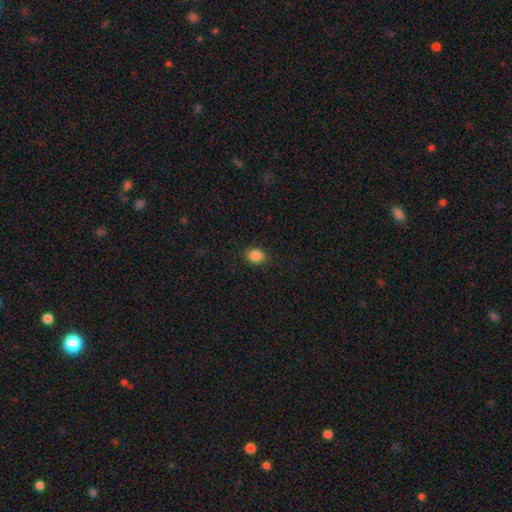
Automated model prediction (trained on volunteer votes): This is clearly a smooth galaxy (86%). How rounded: possibly in between (50%). Merging: clearly none (88%).